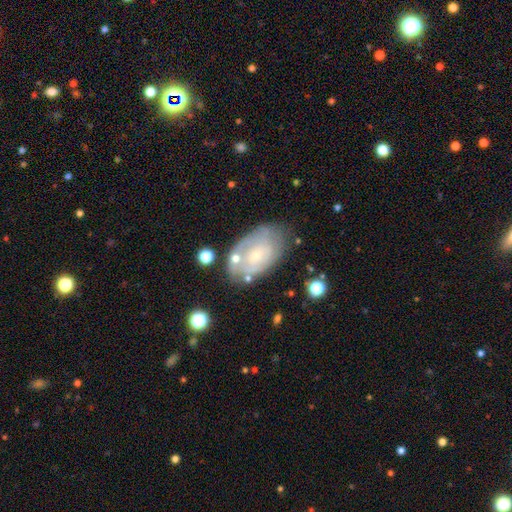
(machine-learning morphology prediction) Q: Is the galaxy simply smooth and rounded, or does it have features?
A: featured or disk — 58%.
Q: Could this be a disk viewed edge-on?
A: no — 95%.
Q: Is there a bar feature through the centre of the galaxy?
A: no — 79%.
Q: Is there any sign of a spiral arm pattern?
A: yes — 57%.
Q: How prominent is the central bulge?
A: small — 72%.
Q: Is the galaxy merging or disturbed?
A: none — 61%.